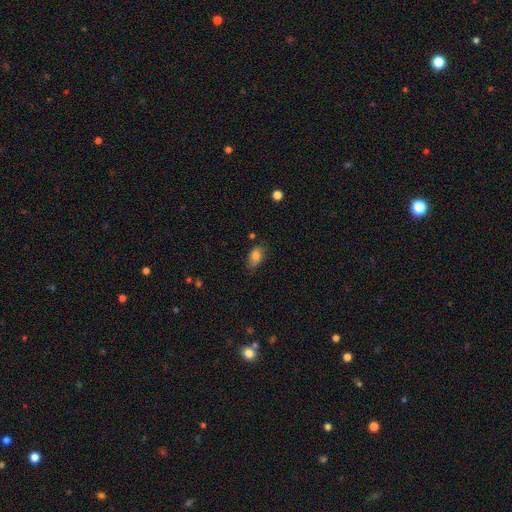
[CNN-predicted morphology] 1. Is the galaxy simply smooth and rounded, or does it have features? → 82% smooth, 9% featured or disk, 9% star or artifact.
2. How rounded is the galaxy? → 89% in between, 7% round, 4% cigar-shaped.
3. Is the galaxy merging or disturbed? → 71% none, 22% minor disturbance, 5% major disturbance, 2% merger.